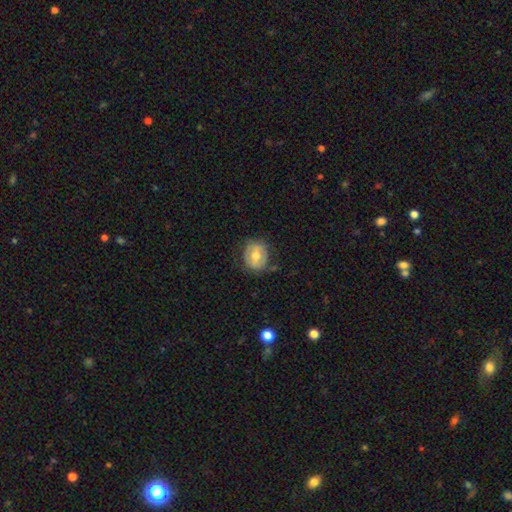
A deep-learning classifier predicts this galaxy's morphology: A smooth galaxy with no disk features (54%) that is round (67%).

Vote fractions:
- Smooth or featured? smooth: 54% / featured or disk: 39% / star or artifact: 7%
- How rounded? round: 67% / in between: 32% / cigar-shaped: 1%
- Merging? none: 72% / minor disturbance: 20% / major disturbance: 6% / merger: 2%